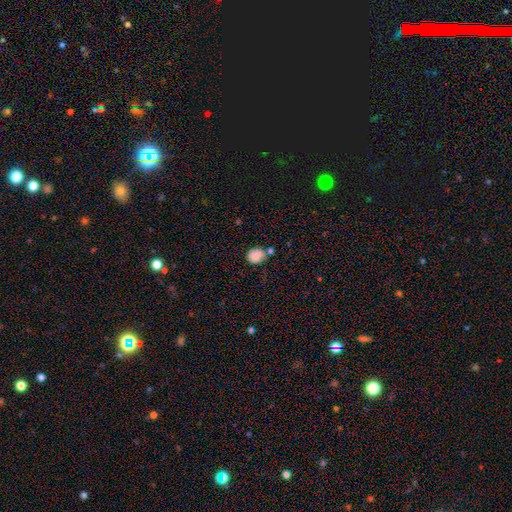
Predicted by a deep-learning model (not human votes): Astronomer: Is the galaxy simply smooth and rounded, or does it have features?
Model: smooth — 80%.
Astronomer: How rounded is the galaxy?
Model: round — 70%.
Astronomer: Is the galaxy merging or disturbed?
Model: none — 53%.